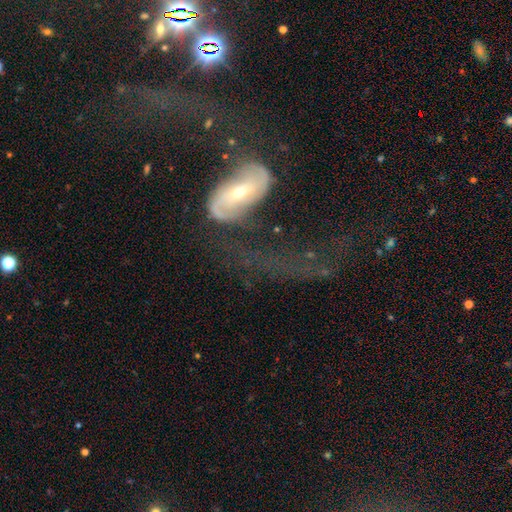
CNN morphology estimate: A featured or disk galaxy (76%) with no bar (38%), 2 (86%) loose (70%) spiral arms (75%) and a moderate central bulge (48%).

Vote fractions:
- Smooth or featured? featured or disk: 76% / smooth: 16% / star or artifact: 8%
- Edge-on disk? no: 91% / yes: 9%
- Bar? no: 38% / weak: 31% / strong: 31%
- Spiral arms? yes: 75% / no: 25%
- Spiral winding? loose: 70% / medium: 20% / tight: 9%
- Spiral arm count? 2: 86% / 1: 5% / can't tell: 5% / 3: 1% / 4: 1% / more than 4: 1%
- Bulge size? moderate: 48% / small: 45% / large: 4% / dominant: 2% / none: 1%
- Merging? major disturbance: 46% / none: 34% / minor disturbance: 12% / merger: 8%